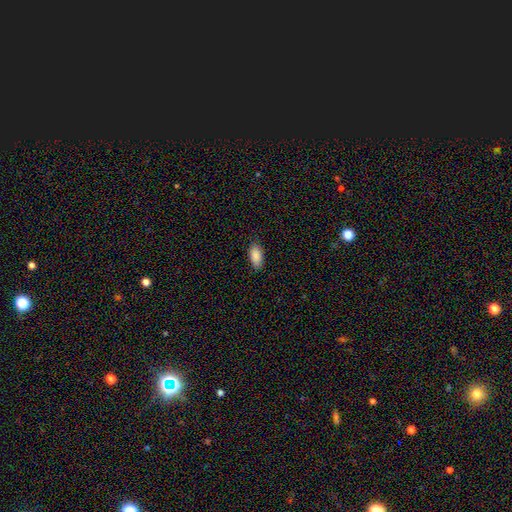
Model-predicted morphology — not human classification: type=smooth (90%); roundness=in between (92%); merging=none (86%).